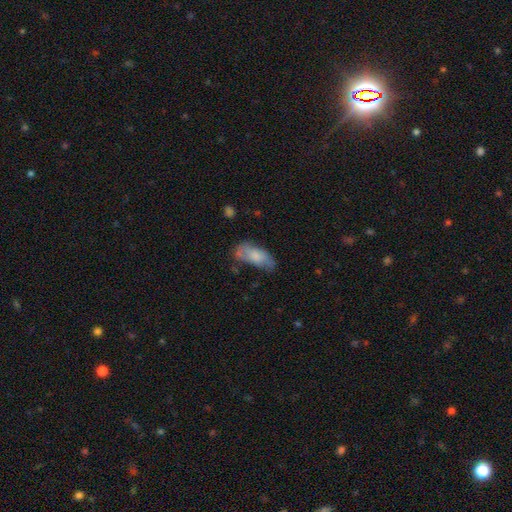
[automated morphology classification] Overall: smooth (69%). How rounded: in between (84%). Merging: none (47%; minor disturbance 32%).